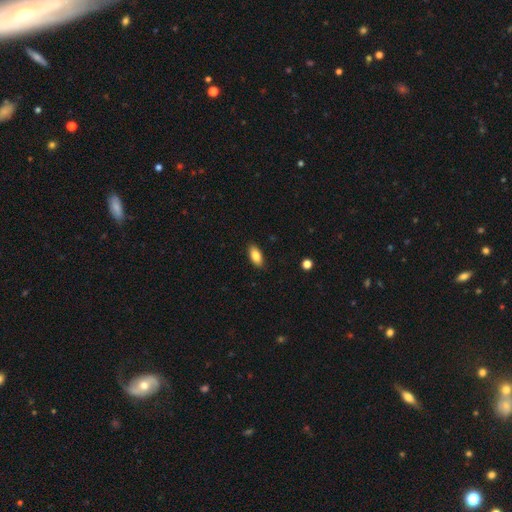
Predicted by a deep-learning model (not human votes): Morphology: type=smooth (85%); roundness=in between (89%); merging=none (87%).